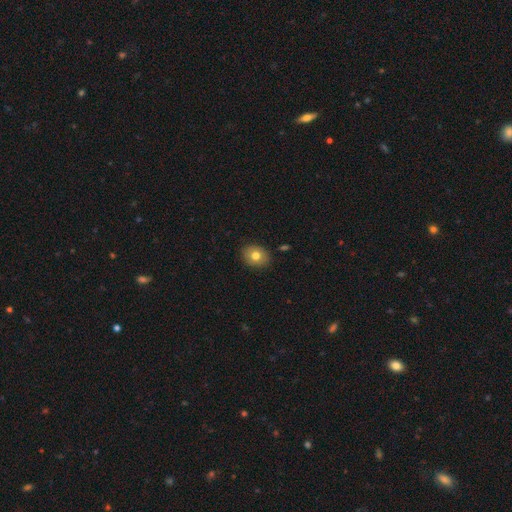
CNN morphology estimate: Smooth or featured?
  - smooth: 77% *
  - featured or disk: 14%
  - star or artifact: 9%
How rounded?
  - in between: 52% *
  - round: 47%
  - cigar-shaped: 1%
Merging?
  - none: 88% *
  - minor disturbance: 8%
  - major disturbance: 2%
  - merger: 1%